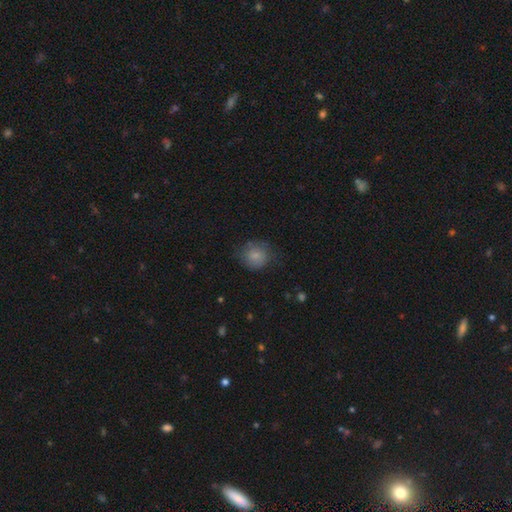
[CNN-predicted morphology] This is clearly a smooth galaxy (81%). How rounded: clearly round (81%). Merging: likely none (70%).